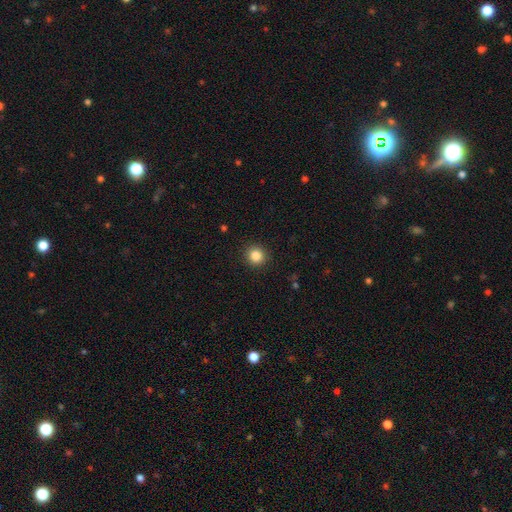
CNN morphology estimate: Smooth or featured?
  - smooth: 85% *
  - star or artifact: 11%
  - featured or disk: 5%
How rounded?
  - round: 93% *
  - in between: 6%
  - cigar-shaped: 1%
Merging?
  - none: 92% *
  - minor disturbance: 5%
  - major disturbance: 2%
  - merger: 1%